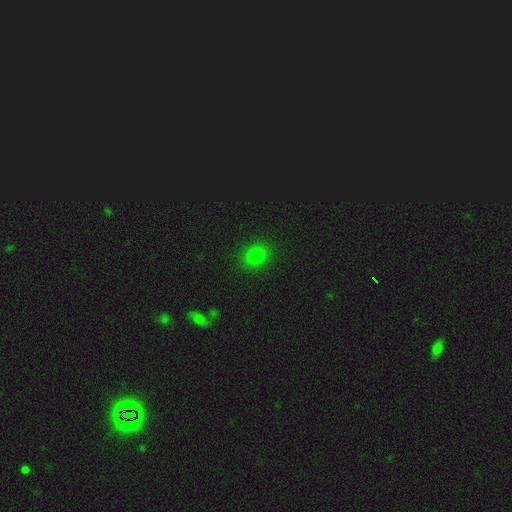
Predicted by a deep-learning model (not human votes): Overall: smooth (78%). How rounded: round (74%). Merging: none (88%).